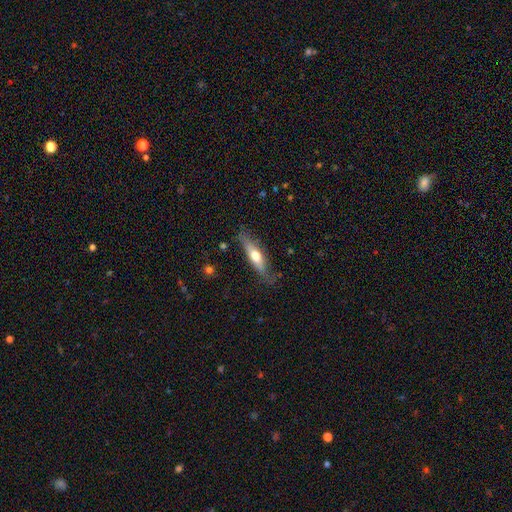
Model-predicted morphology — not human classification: This appears to be a smooth galaxy with no disk features (49%). Merging: none (76%).